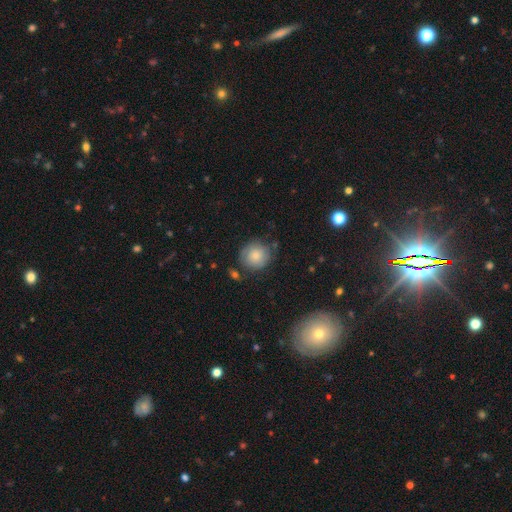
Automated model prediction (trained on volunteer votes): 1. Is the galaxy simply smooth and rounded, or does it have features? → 74% smooth, 18% featured or disk, 8% star or artifact.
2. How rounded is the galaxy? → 87% round, 12% in between, 1% cigar-shaped.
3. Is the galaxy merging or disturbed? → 70% none, 20% minor disturbance, 6% major disturbance, 4% merger.